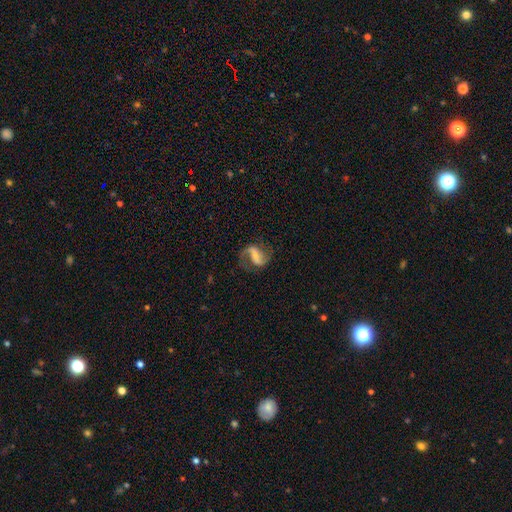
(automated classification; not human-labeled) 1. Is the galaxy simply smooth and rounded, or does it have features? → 82% featured or disk, 11% smooth, 7% star or artifact.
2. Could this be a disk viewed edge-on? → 97% no, 3% yes.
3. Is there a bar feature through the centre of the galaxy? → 45% strong, 37% weak, 19% no.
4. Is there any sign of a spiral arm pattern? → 95% yes, 5% no.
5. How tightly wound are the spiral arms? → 49% loose, 42% medium, 10% tight.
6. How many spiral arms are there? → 89% 2, 5% 1, 3% can't tell, 1% 3, 1% 4, 1% more than 4.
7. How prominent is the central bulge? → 41% small, 28% none, 22% moderate, 7% large, 2% dominant.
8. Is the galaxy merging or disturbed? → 71% none, 15% minor disturbance, 13% major disturbance, 2% merger.